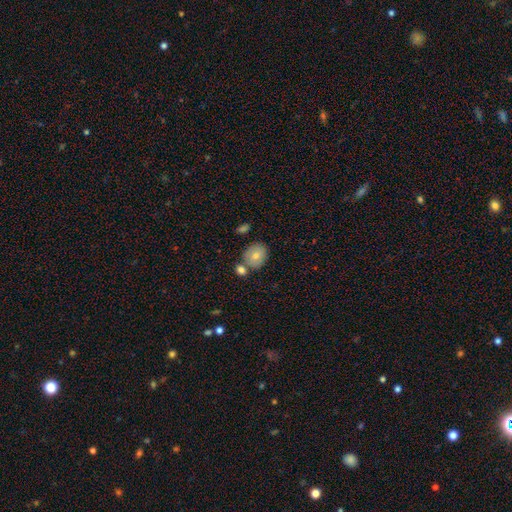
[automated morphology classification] Smooth or featured?
  - smooth: 77% *
  - featured or disk: 16%
  - star or artifact: 8%
How rounded?
  - round: 66% *
  - in between: 33%
  - cigar-shaped: 1%
Merging?
  - none: 68% *
  - merger: 17%
  - minor disturbance: 12%
  - major disturbance: 3%